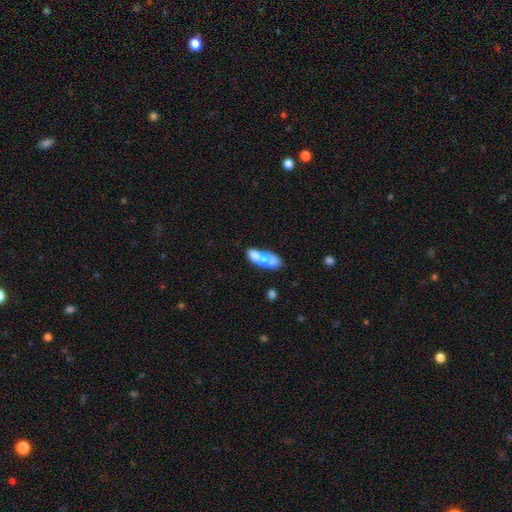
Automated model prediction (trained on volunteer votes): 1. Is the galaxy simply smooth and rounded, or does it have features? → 54% smooth, 37% featured or disk, 10% star or artifact.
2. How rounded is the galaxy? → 70% in between, 15% round, 14% cigar-shaped.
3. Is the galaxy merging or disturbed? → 64% merger, 21% none, 8% minor disturbance, 7% major disturbance.